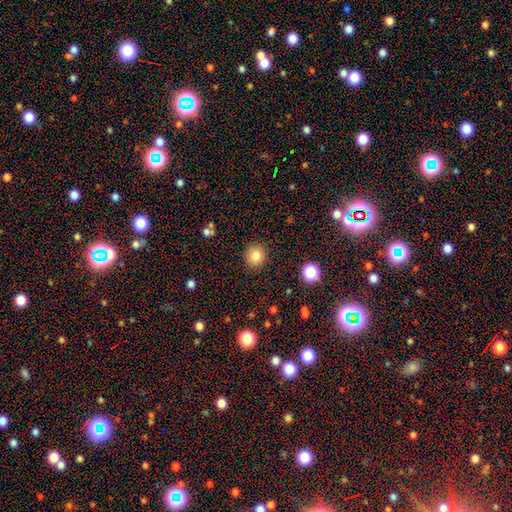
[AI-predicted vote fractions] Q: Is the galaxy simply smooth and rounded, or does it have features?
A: smooth — 81%.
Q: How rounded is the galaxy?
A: round — 87%.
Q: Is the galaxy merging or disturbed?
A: none — 90%.